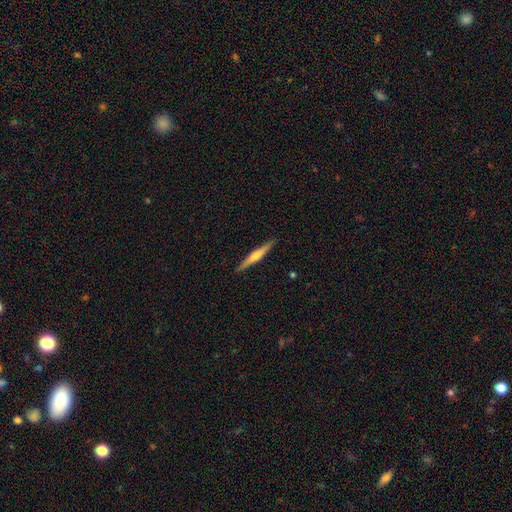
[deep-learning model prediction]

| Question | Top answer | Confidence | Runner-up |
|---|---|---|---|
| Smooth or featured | featured or disk | 64% | smooth (31%) |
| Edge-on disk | yes | 98% | no (2%) |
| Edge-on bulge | rounded | 81% | none (11%) |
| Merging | none | 91% | minor disturbance (6%) |